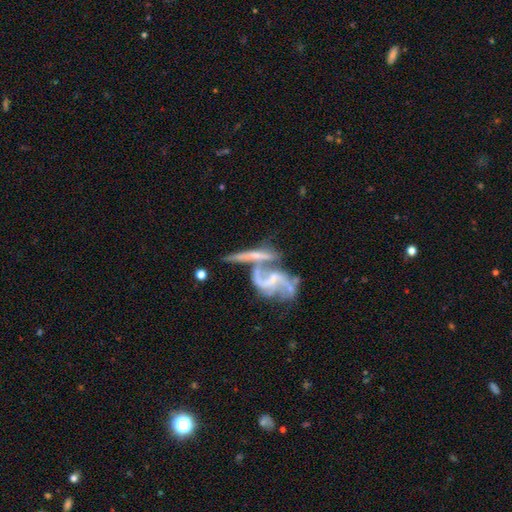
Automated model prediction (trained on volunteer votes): smooth-or-featured: featured or disk: 77% | smooth: 15% | star or artifact: 8%
  disk-edge-on: no: 80% | yes: 20%
    bar: no: 50% | weak: 31% | strong: 19%
    has-spiral-arms: yes: 71% | no: 29%
    bulge-size: small: 42% | none: 39% | moderate: 15% | large: 2% | dominant: 1%
  merging: merger: 49% | none: 24% | major disturbance: 16% | minor disturbance: 11%